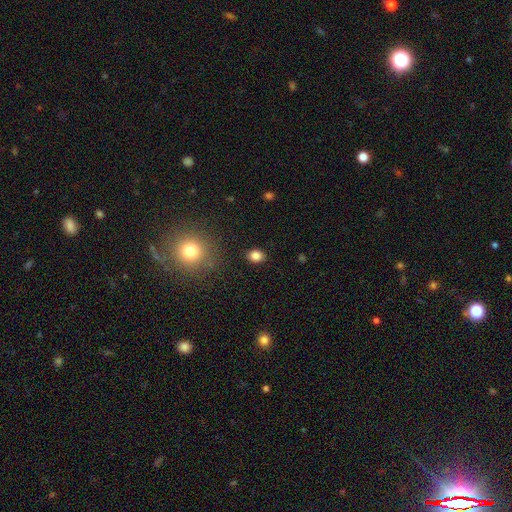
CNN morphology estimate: type=smooth (84%); roundness=round (54%); merging=none (88%).